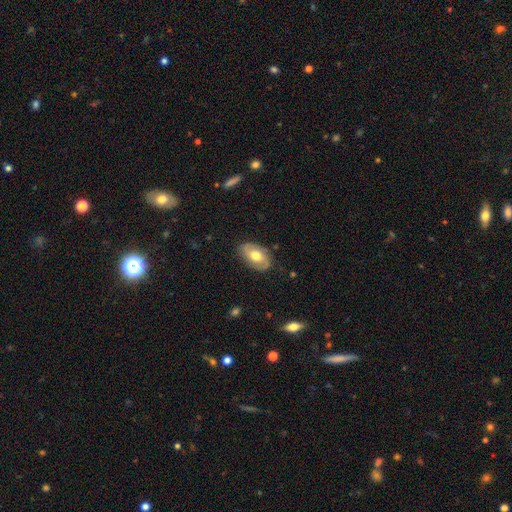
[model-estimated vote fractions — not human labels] The model was most divided on "smooth or featured": smooth: 52%, featured or disk: 42%, star or artifact: 6%. More confident: how rounded — in between (90%); merging — none (79%).